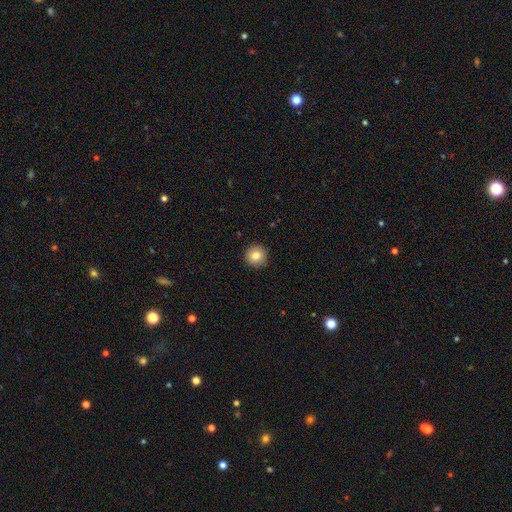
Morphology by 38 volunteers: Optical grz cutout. It shows a smooth galaxy with no disk features (89%) that is round (97%). Merging: none (86%).